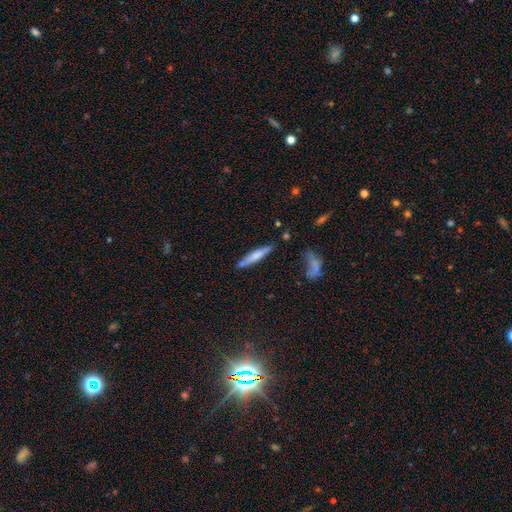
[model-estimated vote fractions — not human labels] Smooth or featured? Predicted: smooth (p=0.63). How rounded? Predicted: cigar-shaped (p=0.90). Merging? Predicted: none (p=0.75).